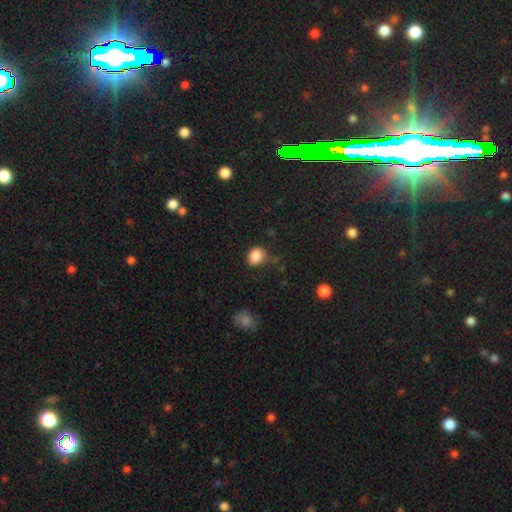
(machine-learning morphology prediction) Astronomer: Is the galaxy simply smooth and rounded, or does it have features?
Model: smooth — 86%.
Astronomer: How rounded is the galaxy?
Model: round — 59% (runner-up: in between, 40%).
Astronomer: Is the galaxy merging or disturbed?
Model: none — 64%.